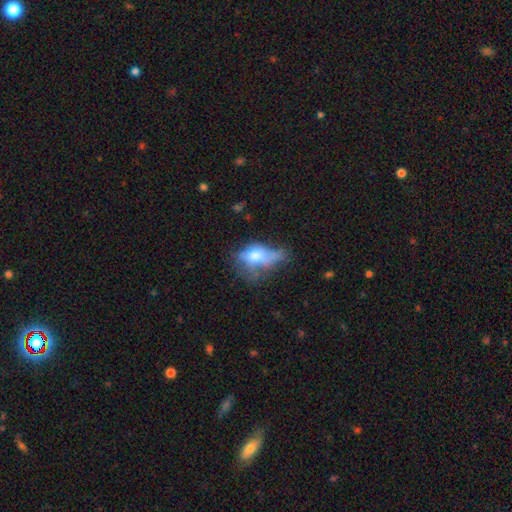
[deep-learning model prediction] Smooth or featured? smooth (53%)
How rounded? in between (77%)
Merging? major disturbance (40%)